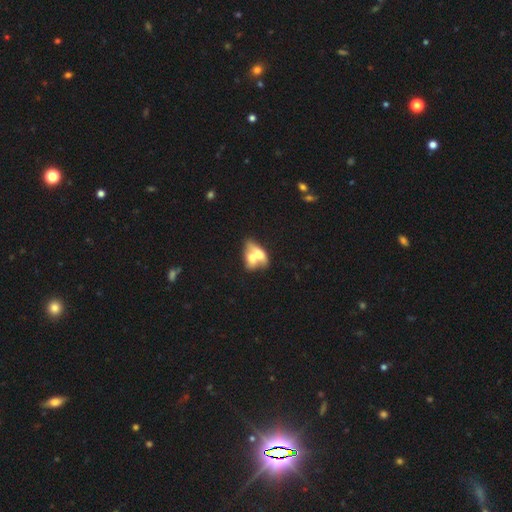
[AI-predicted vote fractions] Smooth or featured?
  - smooth: 58% *
  - featured or disk: 35%
  - star or artifact: 7%
How rounded?
  - in between: 75% *
  - round: 17%
  - cigar-shaped: 7%
Merging?
  - merger: 74% *
  - none: 14%
  - minor disturbance: 6%
  - major disturbance: 5%